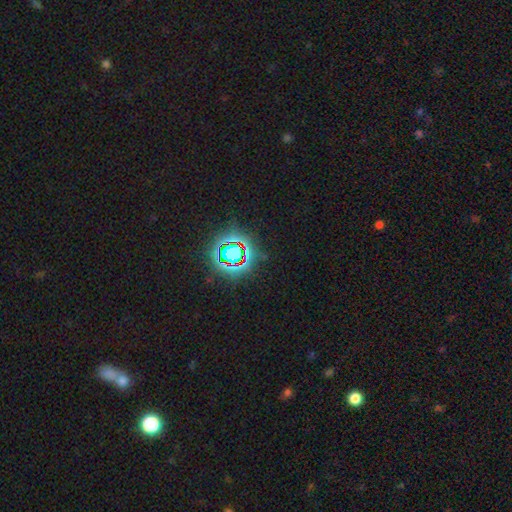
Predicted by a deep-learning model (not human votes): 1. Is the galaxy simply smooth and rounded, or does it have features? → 80% star or artifact, 12% smooth, 8% featured or disk.